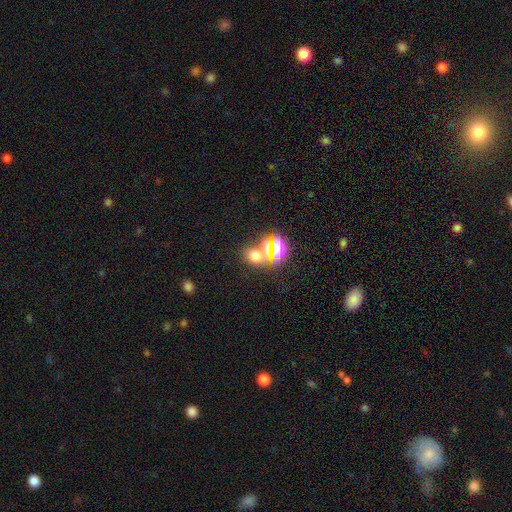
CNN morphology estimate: The model was most divided on "smooth or featured": smooth: 48%, star or artifact: 43%, featured or disk: 9%. More confident: merging — none (58%).